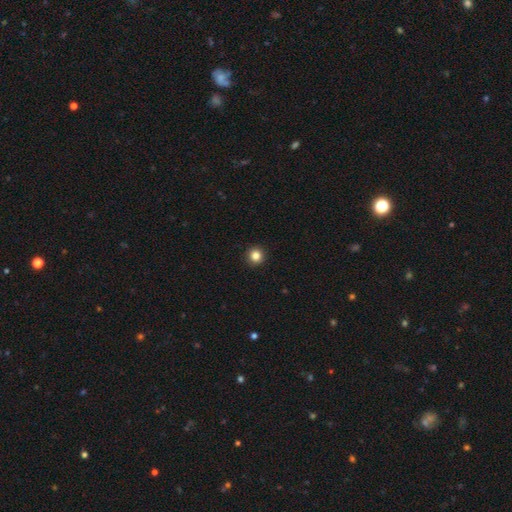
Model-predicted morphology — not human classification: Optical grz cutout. It shows a smooth galaxy with no disk features (84%) that is round (95%). Merging: none (93%).